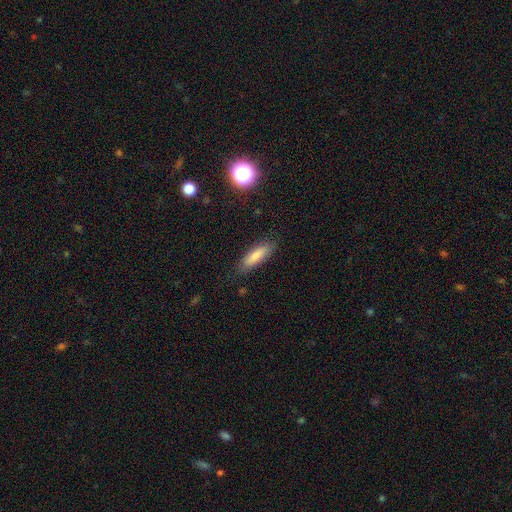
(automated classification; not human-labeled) Q: Smooth or featured?
A: smooth (82%); runner-up: featured or disk (11%)
Q: How rounded?
A: cigar-shaped (54%); runner-up: in between (44%)
Q: Merging?
A: none (83%); runner-up: minor disturbance (13%)